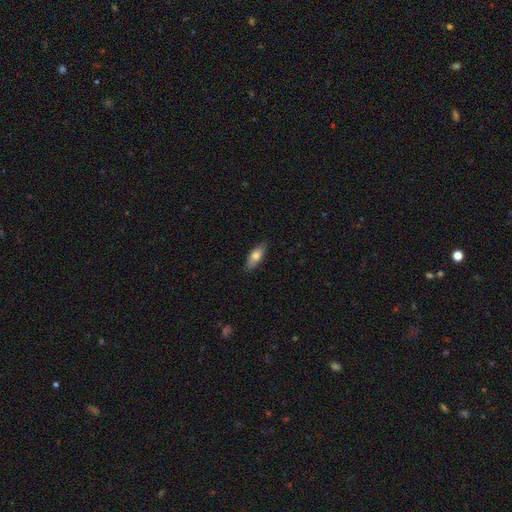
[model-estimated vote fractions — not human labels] This is likely a smooth galaxy (70%). How rounded: likely in between (66%). Merging: clearly none (85%).